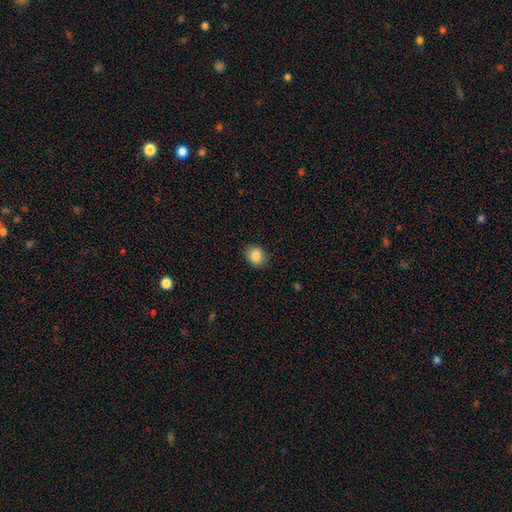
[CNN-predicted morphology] type=smooth (86%); roundness=round (60%); merging=none (82%).